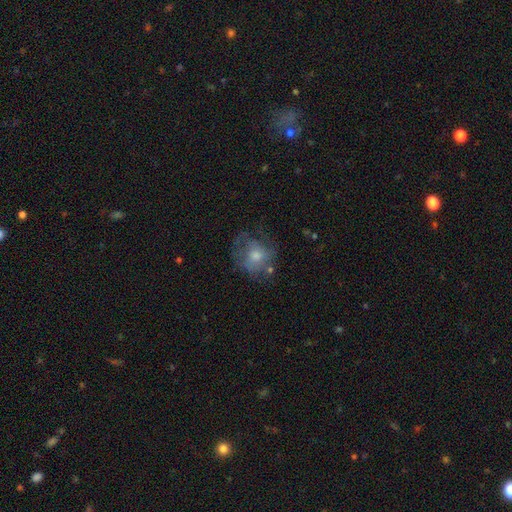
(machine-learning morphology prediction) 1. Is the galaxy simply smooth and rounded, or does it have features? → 45% smooth, 42% featured or disk, 12% star or artifact.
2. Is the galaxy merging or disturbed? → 56% none, 23% minor disturbance, 19% major disturbance, 3% merger.